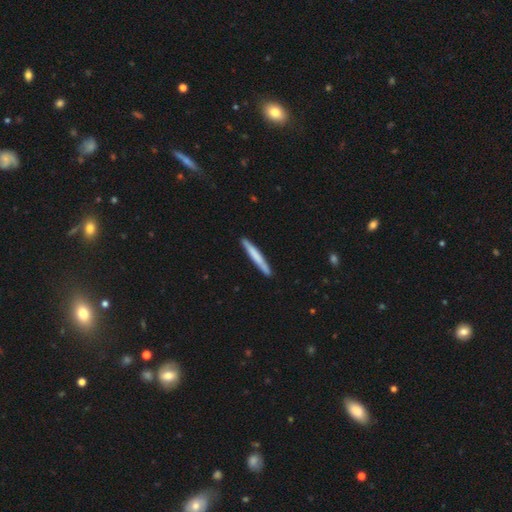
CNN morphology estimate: The model was most divided on "smooth or featured": smooth: 66%, featured or disk: 29%, star or artifact: 5%. More confident: how rounded — cigar-shaped (96%); merging — none (89%).